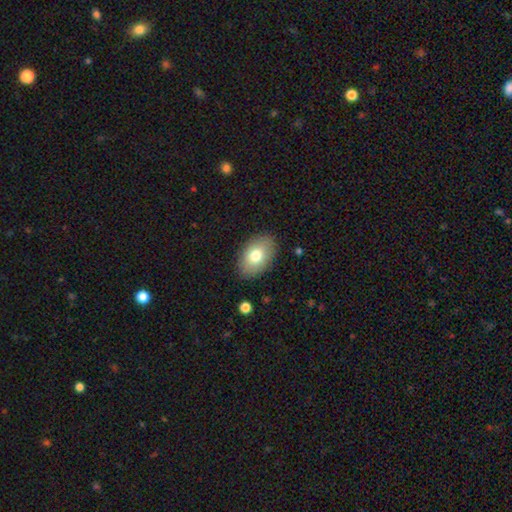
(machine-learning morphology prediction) This is likely a smooth galaxy (77%). How rounded: clearly in between (89%). Merging: clearly none (86%).